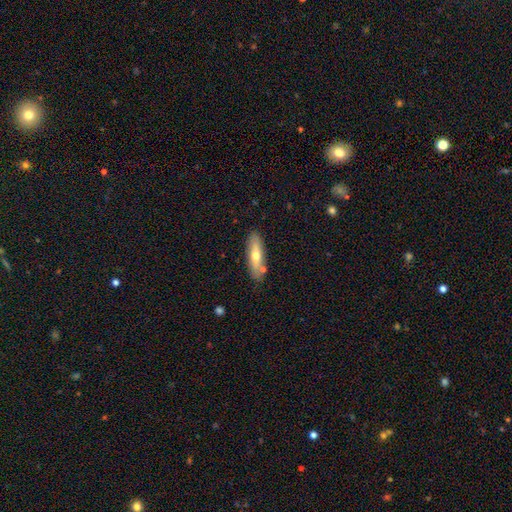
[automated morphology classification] smooth-or-featured: smooth: 56% | featured or disk: 37% | star or artifact: 6%
  how-rounded: cigar-shaped: 59% | in between: 39% | round: 2%
  merging: none: 80% | minor disturbance: 12% | merger: 5% | major disturbance: 2%